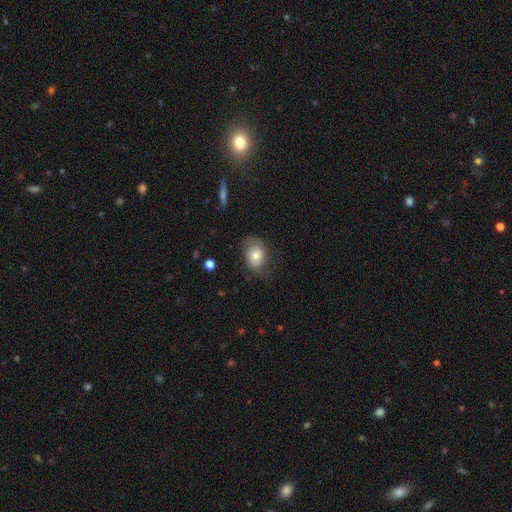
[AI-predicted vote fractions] A smooth galaxy with no disk features (69%) that is in between round and cigar-shaped (65%).

Vote fractions:
- Smooth or featured? smooth: 69% / featured or disk: 23% / star or artifact: 8%
- How rounded? in between: 65% / round: 34% / cigar-shaped: 1%
- Merging? none: 61% / minor disturbance: 26% / major disturbance: 11% / merger: 1%